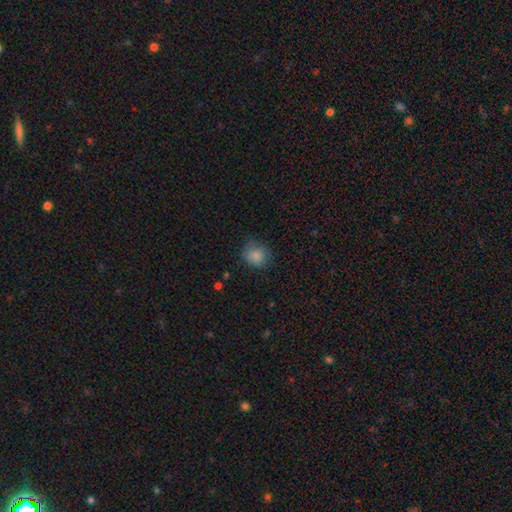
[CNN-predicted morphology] Smooth or featured: smooth — 85% (star or artifact — 9%)
How rounded: round — 71% (in between — 28%)
Merging: none — 72% (minor disturbance — 22%)